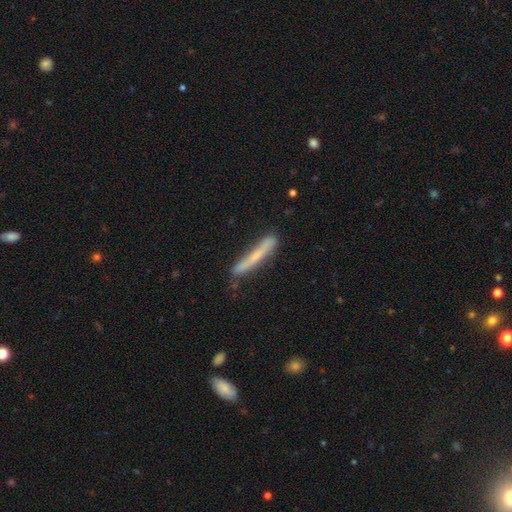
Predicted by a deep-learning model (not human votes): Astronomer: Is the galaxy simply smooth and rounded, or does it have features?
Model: smooth — 55% (runner-up: featured or disk, 39%).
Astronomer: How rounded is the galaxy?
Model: cigar-shaped — 95%.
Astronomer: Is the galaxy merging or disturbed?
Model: none — 75%.